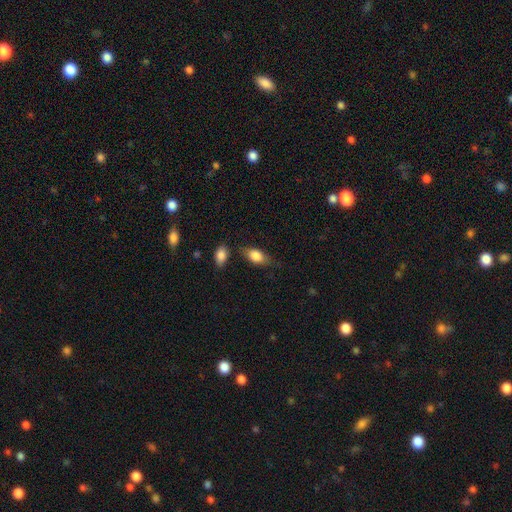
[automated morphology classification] type=smooth (81%); roundness=in between (86%); merging=none (65%).